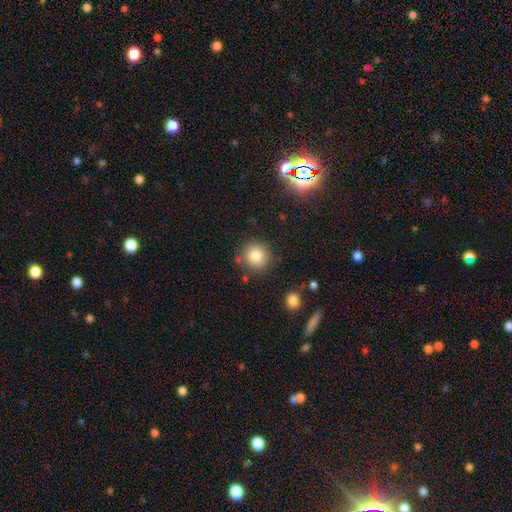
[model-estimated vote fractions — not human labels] A smooth galaxy with no disk features (82%) that is round (92%).

Vote fractions:
- Smooth or featured? smooth: 82% / star or artifact: 10% / featured or disk: 8%
- How rounded? round: 92% / in between: 7% / cigar-shaped: 1%
- Merging? none: 84% / minor disturbance: 9% / merger: 4% / major disturbance: 3%